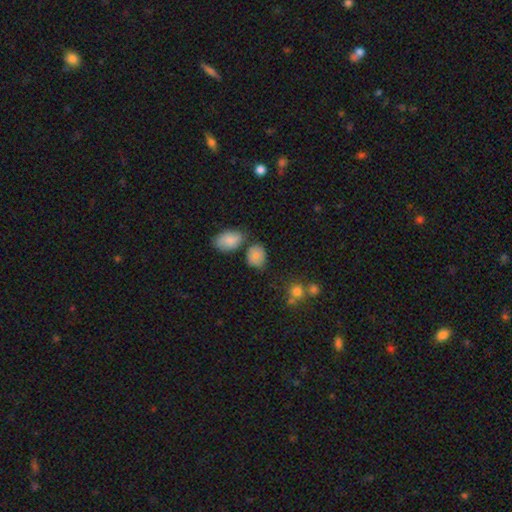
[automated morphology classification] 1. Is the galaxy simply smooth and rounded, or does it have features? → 82% smooth, 10% star or artifact, 8% featured or disk.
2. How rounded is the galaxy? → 53% in between, 46% round, 1% cigar-shaped.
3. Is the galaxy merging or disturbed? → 62% none, 19% minor disturbance, 13% merger, 5% major disturbance.